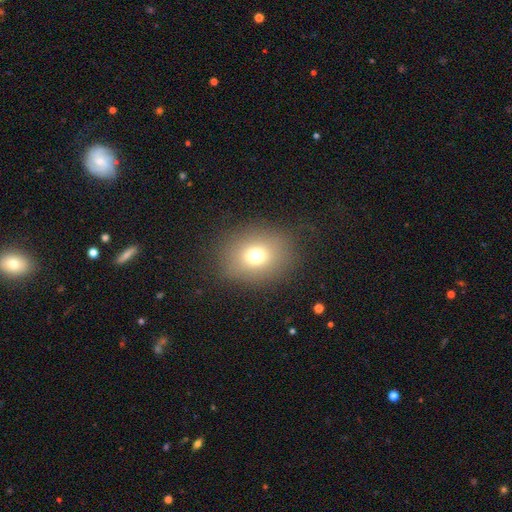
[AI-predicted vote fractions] Smooth or featured? Predicted: smooth (p=0.71). How rounded? Predicted: round (p=0.57). Merging? Predicted: none (p=0.82).